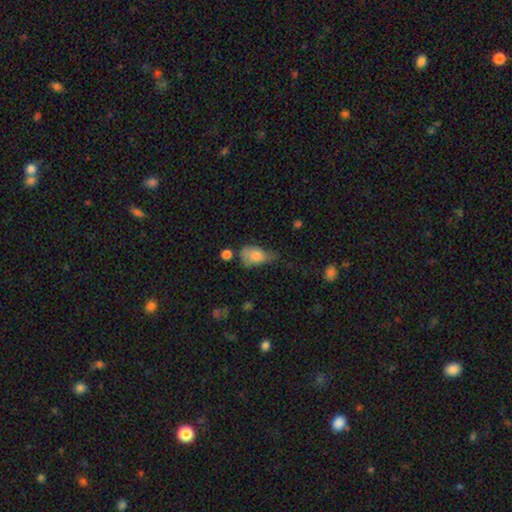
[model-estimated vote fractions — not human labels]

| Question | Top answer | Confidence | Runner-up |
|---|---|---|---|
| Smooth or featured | smooth | 73% | featured or disk (18%) |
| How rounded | in between | 81% | round (16%) |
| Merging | minor disturbance | 39% | major disturbance (29%) |